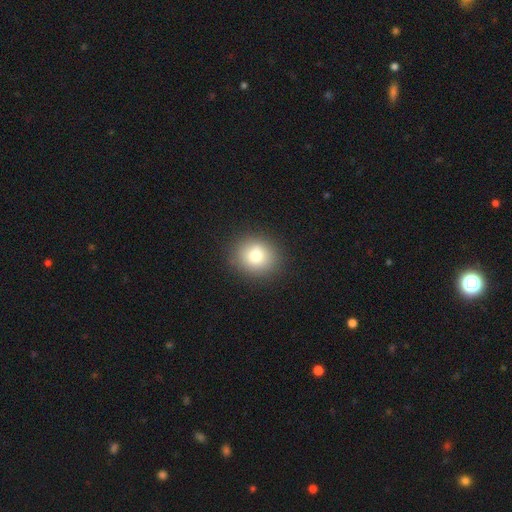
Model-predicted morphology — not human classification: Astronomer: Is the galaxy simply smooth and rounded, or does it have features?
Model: smooth — 80%.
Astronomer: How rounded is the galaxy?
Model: round — 81%.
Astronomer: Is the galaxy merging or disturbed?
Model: none — 89%.